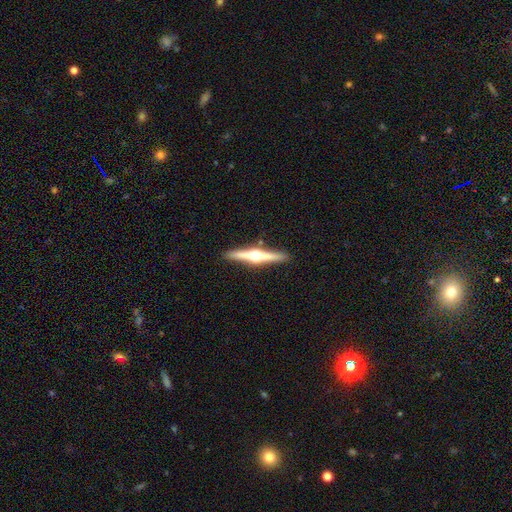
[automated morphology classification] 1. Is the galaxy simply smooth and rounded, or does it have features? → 79% featured or disk, 16% smooth, 5% star or artifact.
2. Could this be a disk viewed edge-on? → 98% yes, 2% no.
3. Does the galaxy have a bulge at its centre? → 96% rounded, 2% boxy, 2% none.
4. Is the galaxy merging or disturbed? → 91% none, 6% minor disturbance, 2% merger, 1% major disturbance.